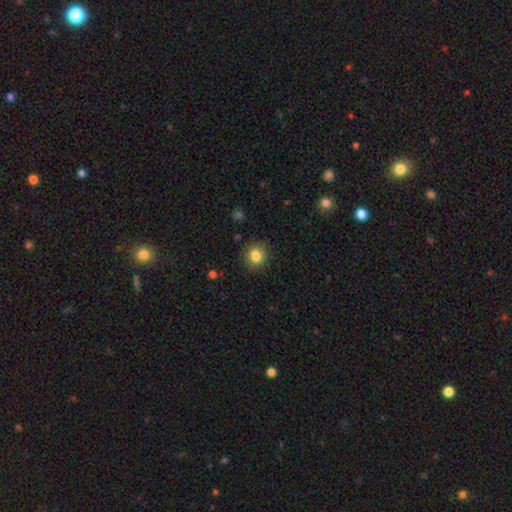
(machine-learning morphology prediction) smooth-or-featured: smooth: 84% | star or artifact: 11% | featured or disk: 6%
  how-rounded: round: 80% | in between: 19% | cigar-shaped: 1%
  merging: none: 87% | minor disturbance: 9% | major disturbance: 3% | merger: 1%